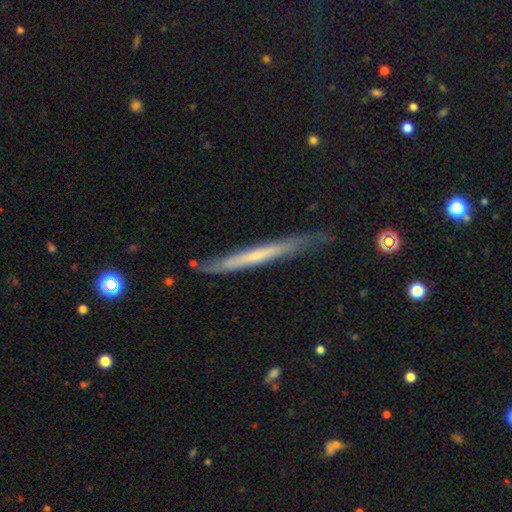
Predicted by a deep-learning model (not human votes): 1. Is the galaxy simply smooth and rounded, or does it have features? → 55% featured or disk, 40% smooth, 6% star or artifact.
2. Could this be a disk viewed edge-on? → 93% yes, 7% no.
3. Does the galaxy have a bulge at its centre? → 76% none, 18% rounded, 6% boxy.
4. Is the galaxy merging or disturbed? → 76% none, 18% minor disturbance, 3% major disturbance, 2% merger.